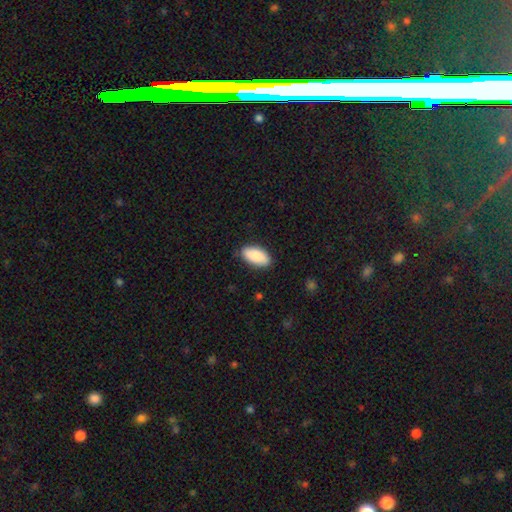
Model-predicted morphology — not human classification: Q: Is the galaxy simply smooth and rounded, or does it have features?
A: smooth — 89%.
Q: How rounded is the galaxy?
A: in between — 94%.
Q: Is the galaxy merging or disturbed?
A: none — 84%.